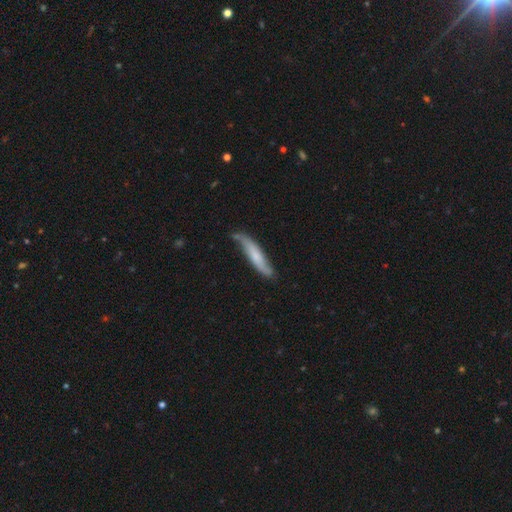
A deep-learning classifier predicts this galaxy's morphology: smooth-or-featured: smooth: 47% (tied) | featured or disk: 47% (tied) | star or artifact: 6%
  merging: none: 62% | minor disturbance: 28% | major disturbance: 6% | merger: 3%